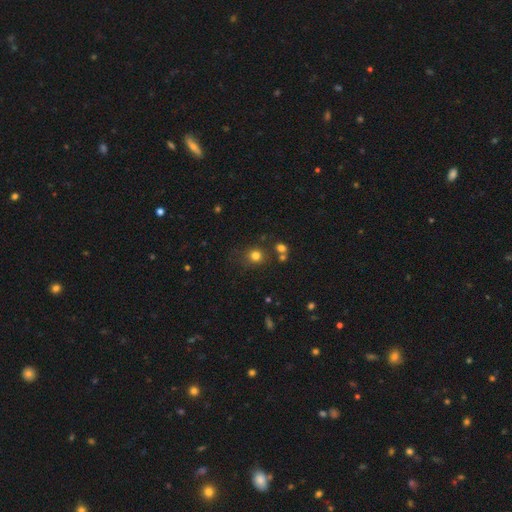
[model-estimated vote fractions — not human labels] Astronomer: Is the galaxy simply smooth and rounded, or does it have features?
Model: smooth — 76%.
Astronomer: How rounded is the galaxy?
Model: round — 88%.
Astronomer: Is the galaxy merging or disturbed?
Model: none — 77%.